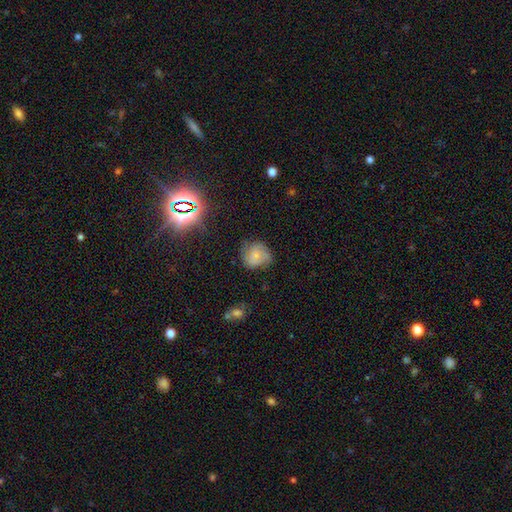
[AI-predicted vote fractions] smooth-or-featured: smooth: 54% | featured or disk: 34% | star or artifact: 12%
  how-rounded: round: 78% | in between: 21% | cigar-shaped: 1%
  merging: none: 63% | minor disturbance: 26% | major disturbance: 10% | merger: 2%